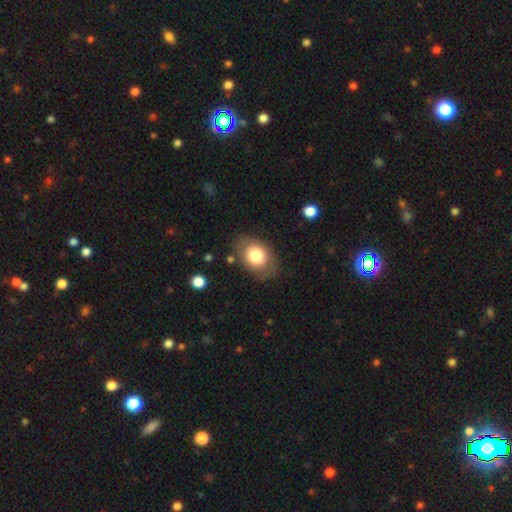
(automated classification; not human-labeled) Smooth or featured? Predicted: smooth (p=0.76). How rounded? Predicted: in between (p=0.68). Merging? Predicted: none (p=0.76).